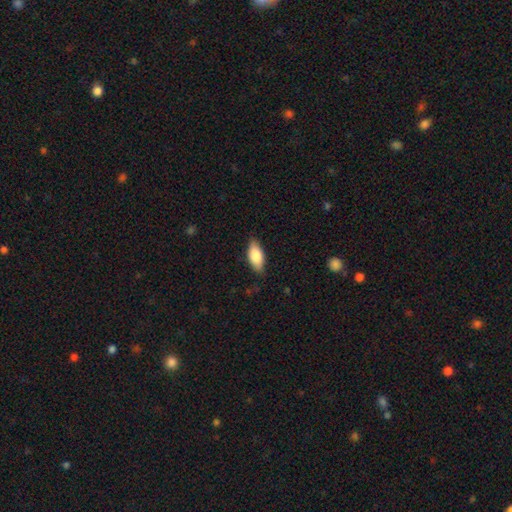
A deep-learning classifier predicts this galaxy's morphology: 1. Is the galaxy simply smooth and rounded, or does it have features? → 82% smooth, 12% featured or disk, 6% star or artifact.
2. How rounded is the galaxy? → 88% in between, 10% cigar-shaped, 2% round.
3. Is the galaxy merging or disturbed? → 83% none, 14% minor disturbance, 2% major disturbance, 1% merger.